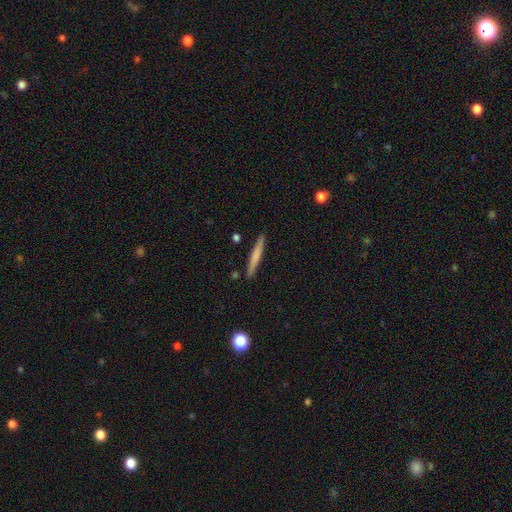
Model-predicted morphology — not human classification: smooth-or-featured: smooth: 64% | featured or disk: 31% | star or artifact: 5%
  how-rounded: cigar-shaped: 96% | in between: 3% | round: 1%
  merging: none: 89% | minor disturbance: 7% | merger: 2% | major disturbance: 1%